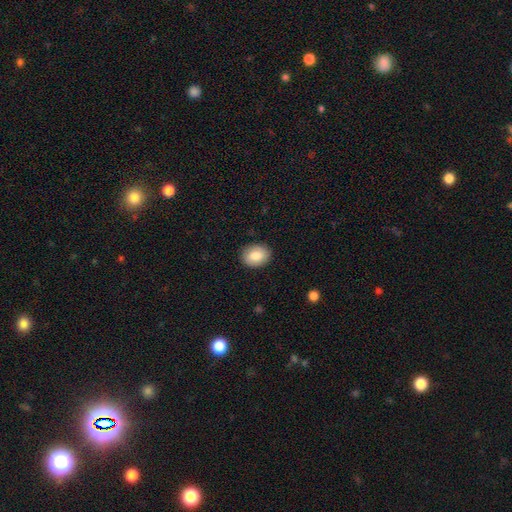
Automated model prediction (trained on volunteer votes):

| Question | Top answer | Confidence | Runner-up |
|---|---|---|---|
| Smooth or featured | smooth | 84% | featured or disk (9%) |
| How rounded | in between | 60% | round (39%) |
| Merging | none | 88% | minor disturbance (9%) |